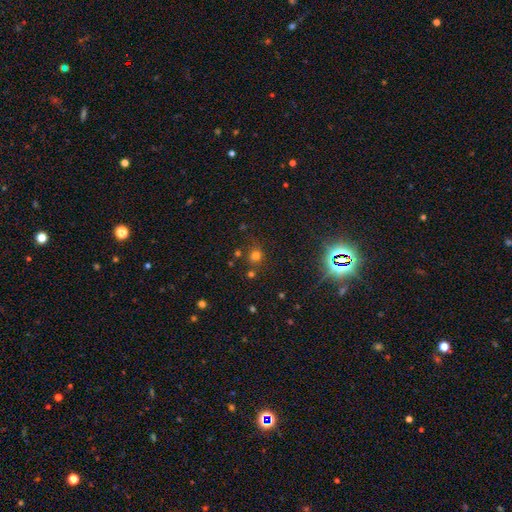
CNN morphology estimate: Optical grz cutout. It shows a smooth galaxy with no disk features (70%) that is round (86%). Merging: none (75%).